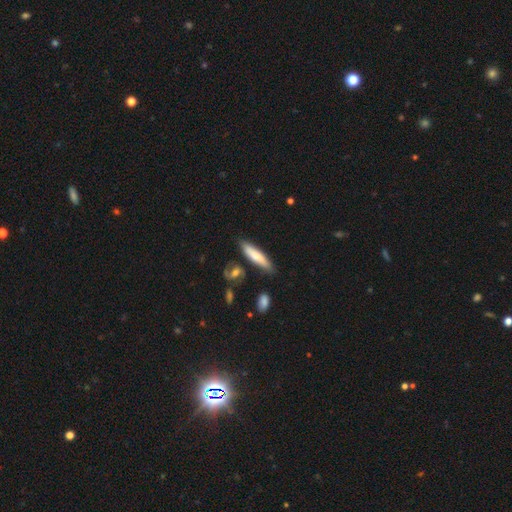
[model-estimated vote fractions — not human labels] smooth 71%, featured or disk 23%, star or artifact 6%. Down the decision tree: how rounded — cigar-shaped (77%); merging — none (72%).